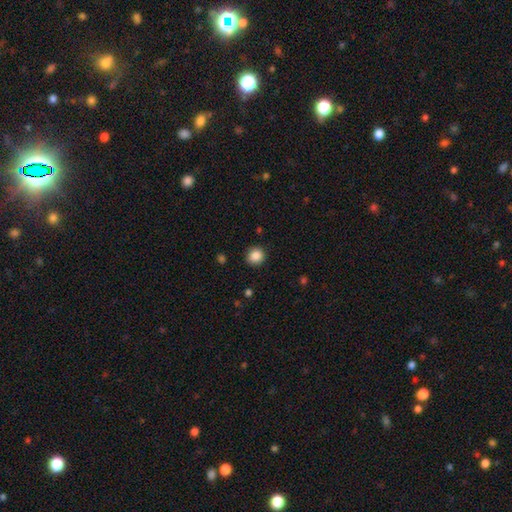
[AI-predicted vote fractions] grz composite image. It shows a smooth galaxy with no disk features (87%) that is round (90%). Merging: none (90%).